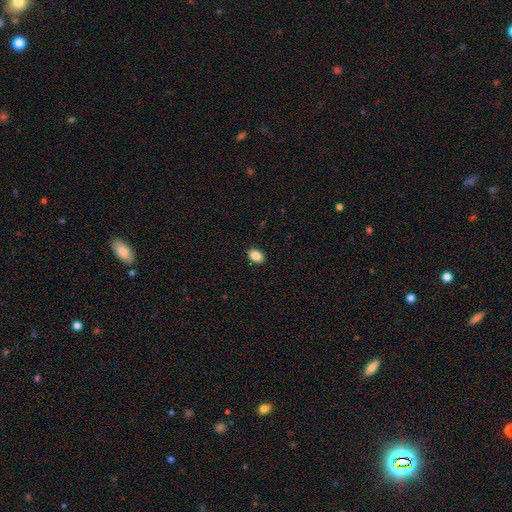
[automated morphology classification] Smooth or featured?
  - smooth: 87% *
  - star or artifact: 9%
  - featured or disk: 5%
How rounded?
  - in between: 76% *
  - round: 23%
  - cigar-shaped: 1%
Merging?
  - none: 90% *
  - minor disturbance: 7%
  - major disturbance: 2%
  - merger: 1%